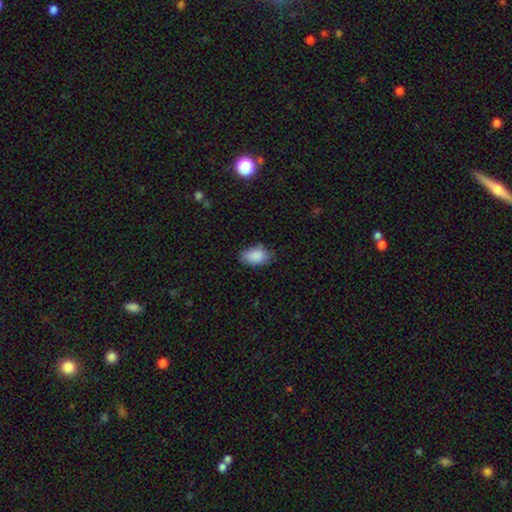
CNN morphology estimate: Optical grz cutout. It shows a smooth galaxy with no disk features (88%) that is in between round and cigar-shaped (92%). Merging: none (74%).